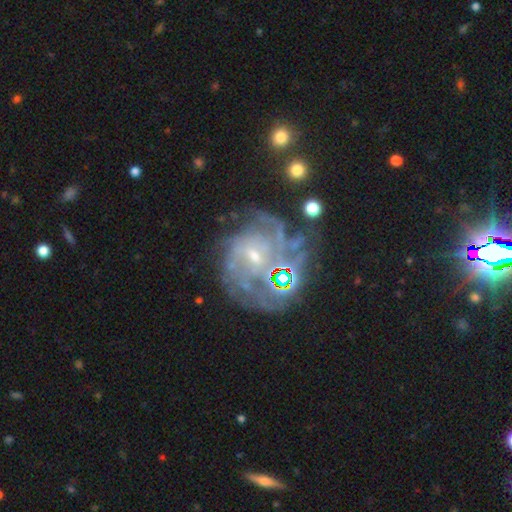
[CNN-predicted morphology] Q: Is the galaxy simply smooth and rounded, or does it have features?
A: featured or disk — 81%.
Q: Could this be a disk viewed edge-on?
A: no — 98%.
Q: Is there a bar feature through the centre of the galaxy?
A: no — 54%.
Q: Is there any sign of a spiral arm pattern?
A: yes — 88%.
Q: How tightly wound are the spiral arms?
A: tight — 54%.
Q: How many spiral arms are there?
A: can't tell — 41%.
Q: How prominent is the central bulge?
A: small — 67%.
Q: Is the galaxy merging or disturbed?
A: none — 54%.